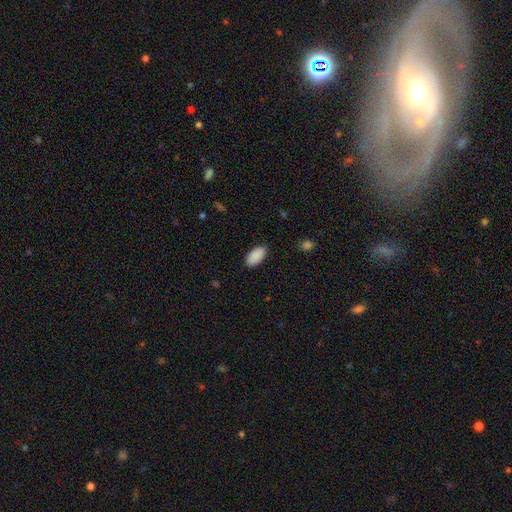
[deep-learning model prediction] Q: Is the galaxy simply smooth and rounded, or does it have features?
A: smooth — 91%.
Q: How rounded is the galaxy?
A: in between — 95%.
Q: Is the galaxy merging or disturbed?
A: none — 88%.